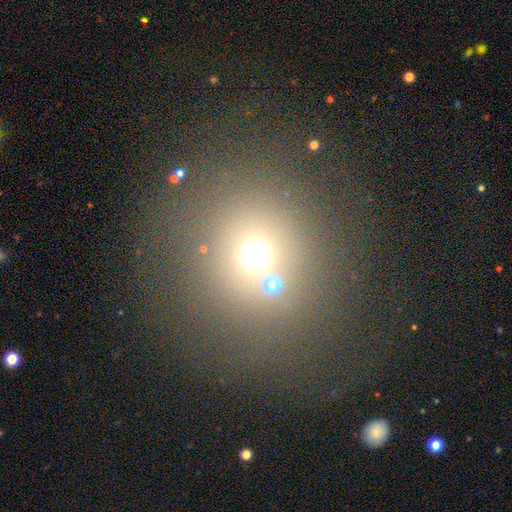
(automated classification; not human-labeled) Smooth or featured?
  - smooth: 60% *
  - star or artifact: 31%
  - featured or disk: 10%
How rounded?
  - round: 85% *
  - in between: 14%
  - cigar-shaped: 1%
Merging?
  - none: 72% *
  - merger: 13%
  - minor disturbance: 9%
  - major disturbance: 6%